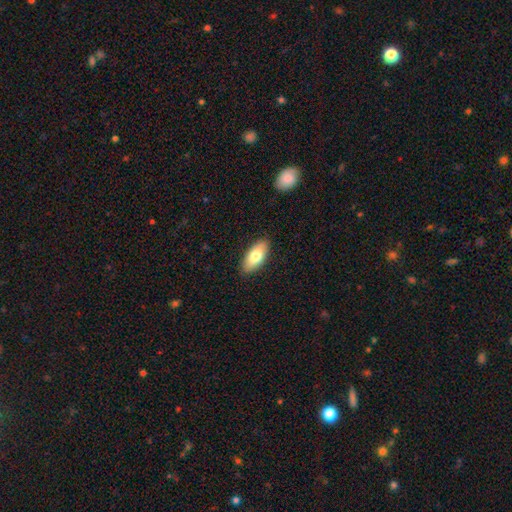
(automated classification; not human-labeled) smooth 75%, featured or disk 18%, star or artifact 6%. Down the decision tree: how rounded — in between (88%); merging — none (88%).